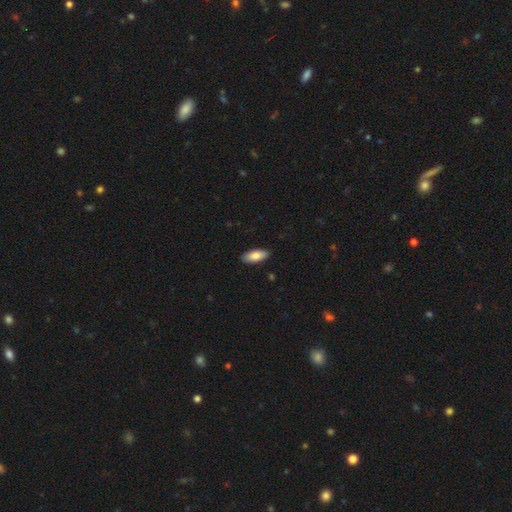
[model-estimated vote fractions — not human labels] The model was most divided on "how rounded": in between: 84%, cigar-shaped: 15%, round: 2%. More confident: merging — none (89%); smooth or featured — smooth (85%).